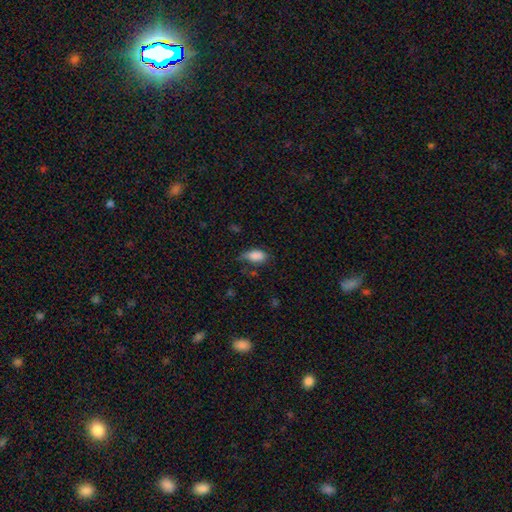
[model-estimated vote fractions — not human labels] Q: Smooth or featured?
A: smooth (84%); runner-up: featured or disk (8%)
Q: How rounded?
A: in between (91%); runner-up: round (6%)
Q: Merging?
A: none (44%); runner-up: minor disturbance (36%)